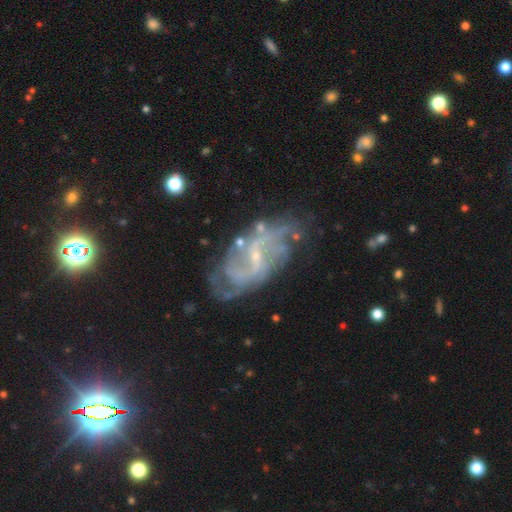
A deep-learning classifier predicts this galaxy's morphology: featured or disk 83%, smooth 9%, star or artifact 8%. Down the decision tree: edge-on disk — no (96%); bar — weak (54%); spiral arms — yes (89%); spiral arm count — 2 (43%); spiral winding — medium (40%); bulge size — small (74%); merging — none (61%).